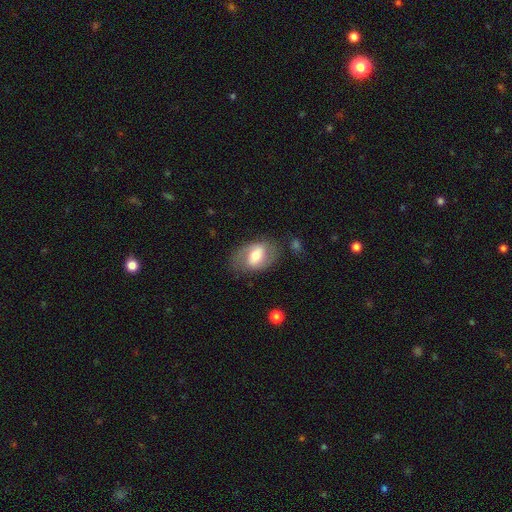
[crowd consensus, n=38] Smooth or featured: featured or disk — 66% (smooth — 29%)
Edge-on disk: no — 96% (yes — 4%)
Bar: strong — 46% (weak — 33%)
Spiral arms: yes — 75% (no — 25%)
Spiral winding: loose — 50% (medium — 33%)
Spiral arm count: 2 — 72% (1 — 22%)
Bulge size: moderate — 67% (small — 17%)
Merging: none — 72% (minor disturbance — 22%)